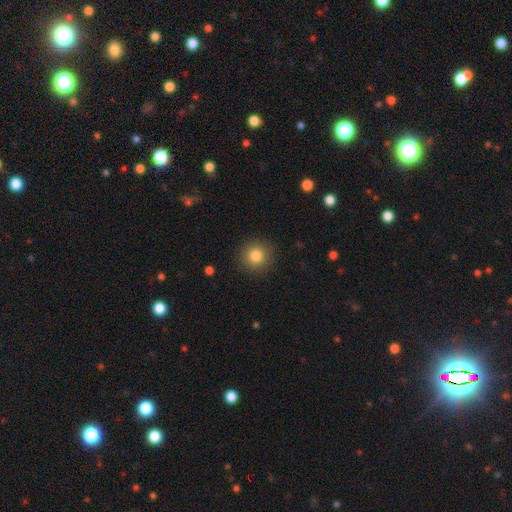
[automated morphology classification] Smooth or featured?
  - smooth: 82% *
  - star or artifact: 10%
  - featured or disk: 7%
How rounded?
  - round: 94% *
  - in between: 5%
  - cigar-shaped: 1%
Merging?
  - none: 90% *
  - minor disturbance: 6%
  - major disturbance: 2%
  - merger: 1%